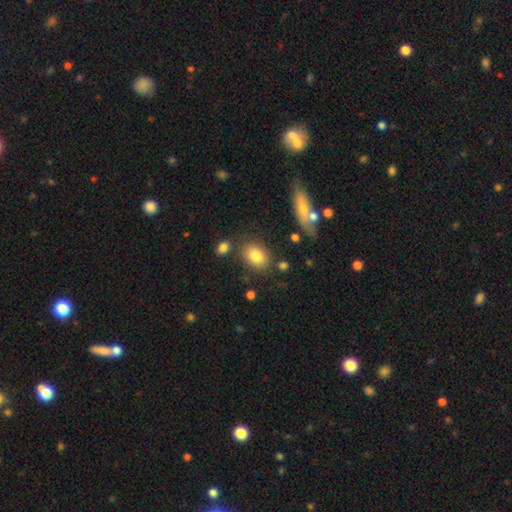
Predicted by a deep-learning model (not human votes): The model was most divided on "how rounded": in between: 71%, round: 27%, cigar-shaped: 2%. More confident: smooth or featured — smooth (81%); merging — none (78%).